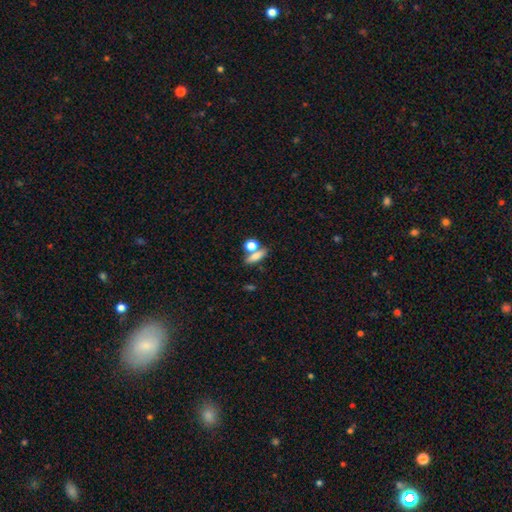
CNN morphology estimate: Smooth or featured? Predicted: smooth (p=0.77). How rounded? Predicted: in between (p=0.52). Merging? Predicted: none (p=0.56).